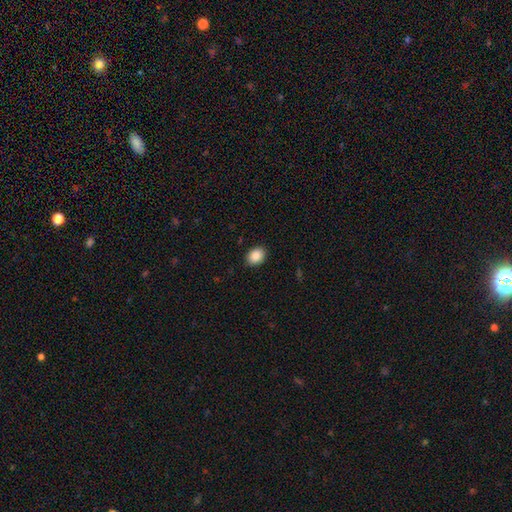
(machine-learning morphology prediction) The model was most divided on "how rounded": in between: 67%, round: 32%, cigar-shaped: 1%. More confident: merging — none (89%); smooth or featured — smooth (88%).